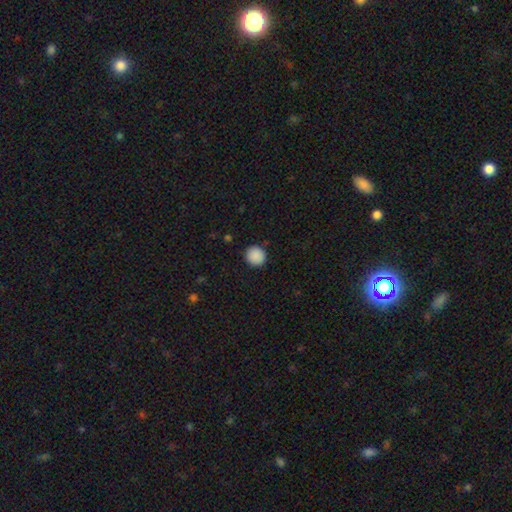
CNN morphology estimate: Smooth or featured? smooth (89%)
How rounded? round (91%)
Merging? none (89%)